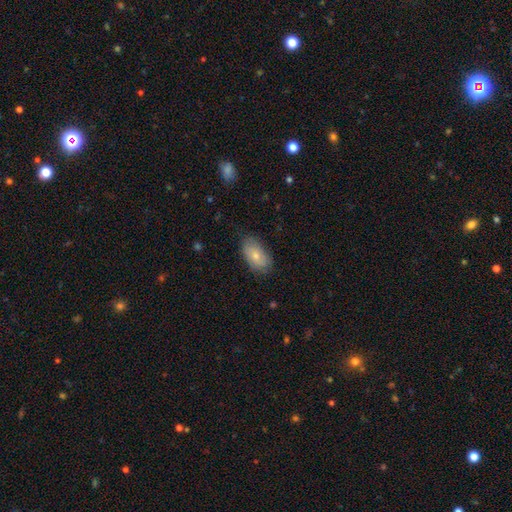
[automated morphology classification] Overall: smooth (78%). How rounded: in between (93%). Merging: none (76%).